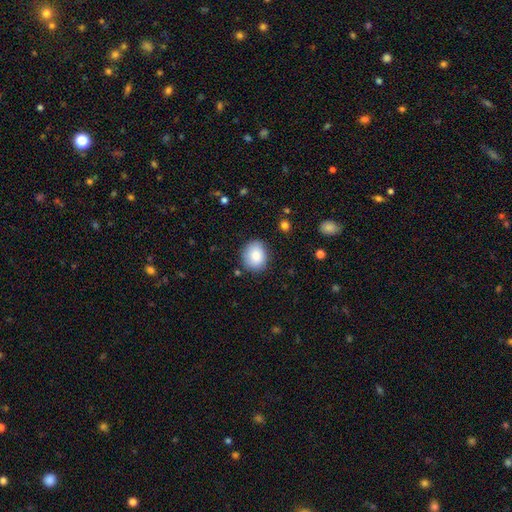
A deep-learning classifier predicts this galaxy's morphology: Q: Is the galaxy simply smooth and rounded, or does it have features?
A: smooth — 85%.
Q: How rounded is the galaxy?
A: round — 66%.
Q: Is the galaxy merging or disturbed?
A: none — 83%.